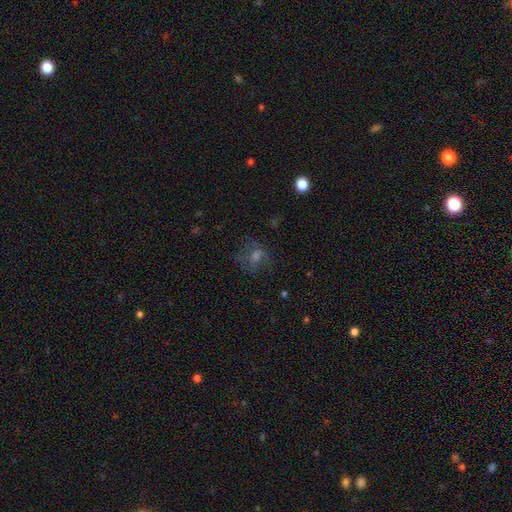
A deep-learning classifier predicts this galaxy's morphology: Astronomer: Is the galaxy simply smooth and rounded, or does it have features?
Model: smooth — 42% (runner-up: featured or disk, 33%).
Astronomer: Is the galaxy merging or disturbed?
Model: none — 64%.